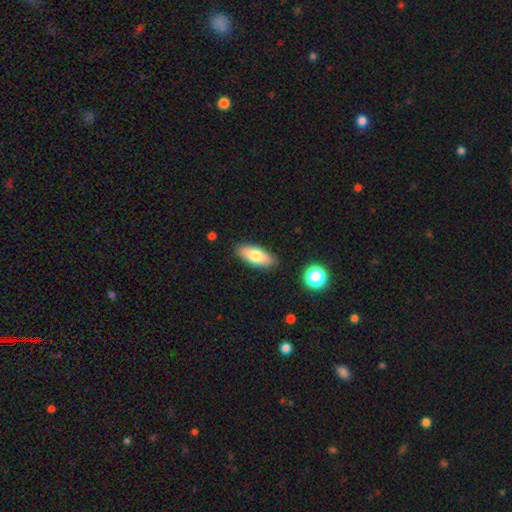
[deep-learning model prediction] Overall: smooth (77%). How rounded: in between (78%). Merging: none (87%).